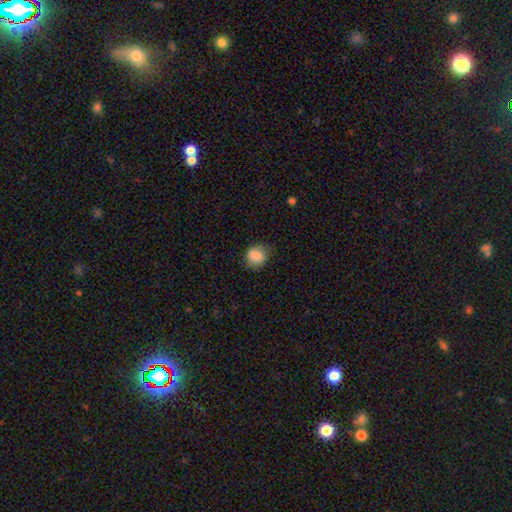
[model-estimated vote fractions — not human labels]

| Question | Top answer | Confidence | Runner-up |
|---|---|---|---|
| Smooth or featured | smooth | 84% | star or artifact (9%) |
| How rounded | round | 76% | in between (23%) |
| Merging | none | 74% | minor disturbance (20%) |